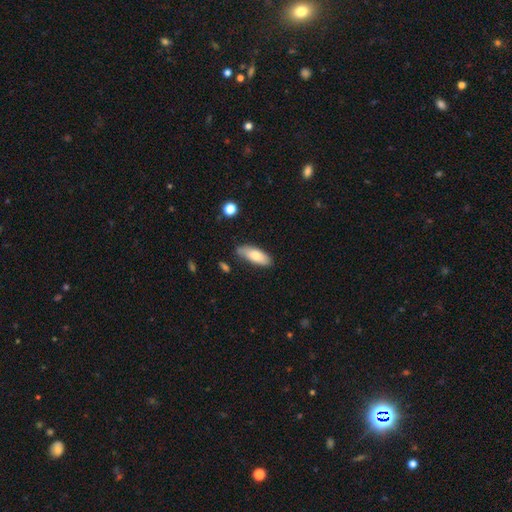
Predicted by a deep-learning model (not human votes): smooth 76%, featured or disk 18%, star or artifact 6%. Down the decision tree: how rounded — in between (74%); merging — none (75%).